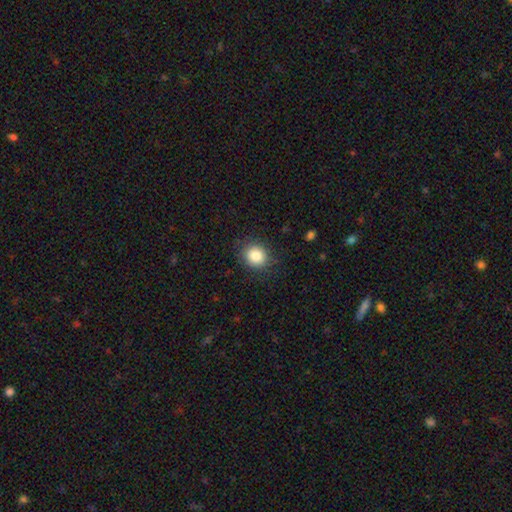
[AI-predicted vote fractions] Smooth or featured?
  - smooth: 84% *
  - star or artifact: 10%
  - featured or disk: 6%
How rounded?
  - round: 80% *
  - in between: 19%
  - cigar-shaped: 1%
Merging?
  - none: 88% *
  - minor disturbance: 9%
  - major disturbance: 3%
  - merger: 1%